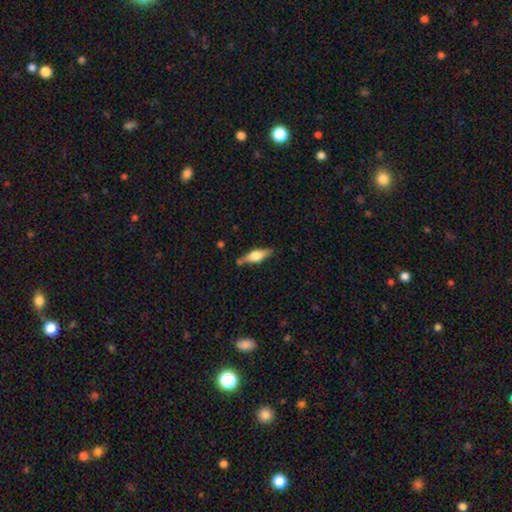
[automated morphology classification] featured or disk 49%, smooth 45%, star or artifact 6%. Down the decision tree: merging — none (77%).